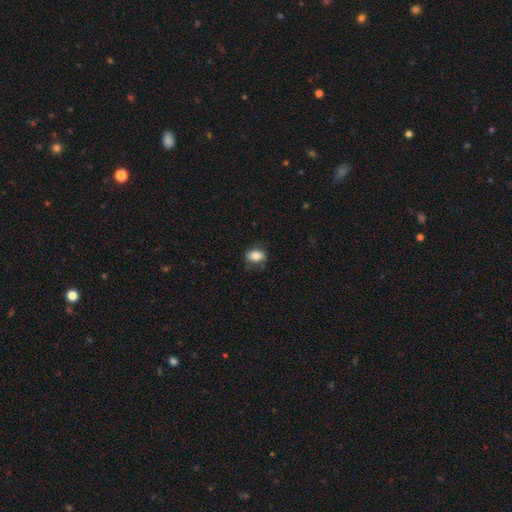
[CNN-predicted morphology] Smooth or featured? Predicted: smooth (p=0.84). How rounded? Predicted: in between (p=0.73). Merging? Predicted: none (p=0.80).